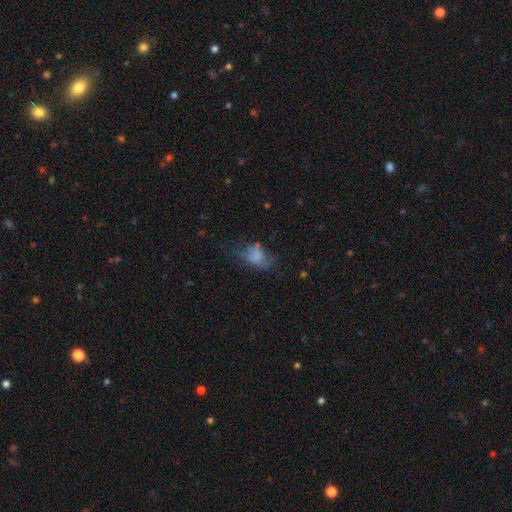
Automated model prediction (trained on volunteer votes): A smooth galaxy with no disk features (60%) that is in between round and cigar-shaped (79%).

Vote fractions:
- Smooth or featured? smooth: 60% / featured or disk: 26% / star or artifact: 14%
- How rounded? in between: 79% / round: 19% / cigar-shaped: 2%
- Merging? major disturbance: 37% / none: 32% / minor disturbance: 27% / merger: 4%